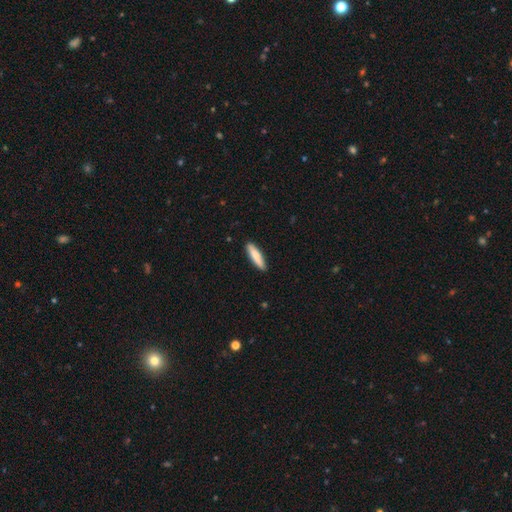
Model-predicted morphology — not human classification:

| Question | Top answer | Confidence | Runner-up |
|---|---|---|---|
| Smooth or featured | smooth | 79% | featured or disk (16%) |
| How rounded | cigar-shaped | 75% | in between (24%) |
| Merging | none | 88% | minor disturbance (9%) |